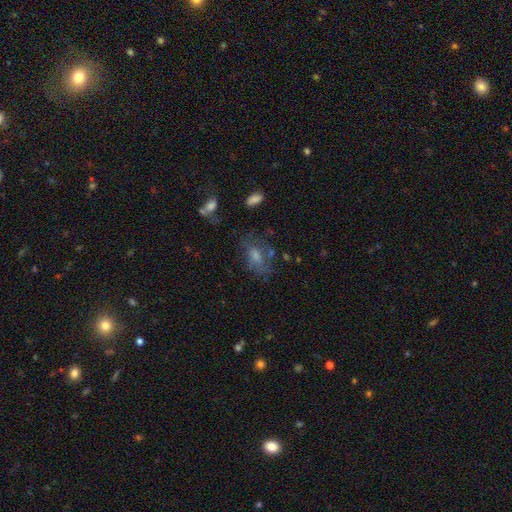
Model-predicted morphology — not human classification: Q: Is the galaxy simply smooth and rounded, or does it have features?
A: featured or disk — 39%.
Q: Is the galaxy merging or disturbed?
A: none — 59%.